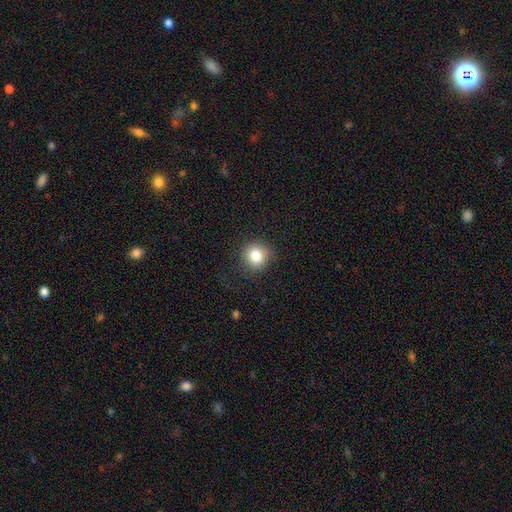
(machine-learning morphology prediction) This is clearly a smooth galaxy (83%). How rounded: clearly round (88%). Merging: clearly none (82%).